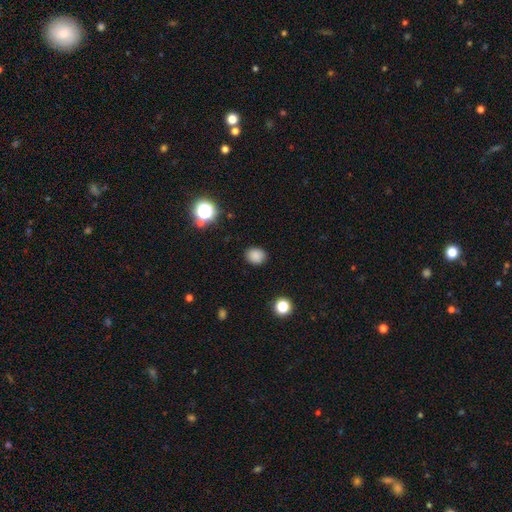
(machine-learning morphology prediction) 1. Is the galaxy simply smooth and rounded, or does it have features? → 85% smooth, 12% star or artifact, 3% featured or disk.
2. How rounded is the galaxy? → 65% round, 34% in between, 1% cigar-shaped.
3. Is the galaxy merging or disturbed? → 88% none, 8% minor disturbance, 2% major disturbance, 1% merger.